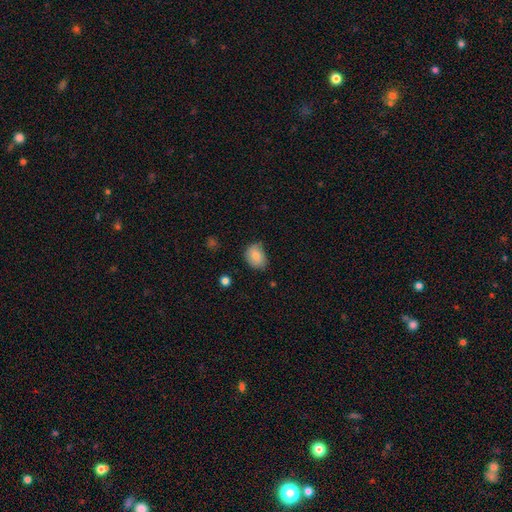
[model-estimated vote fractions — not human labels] Overall: smooth (82%). How rounded: in between (59%; round 40%). Merging: none (63%; minor disturbance 30%).